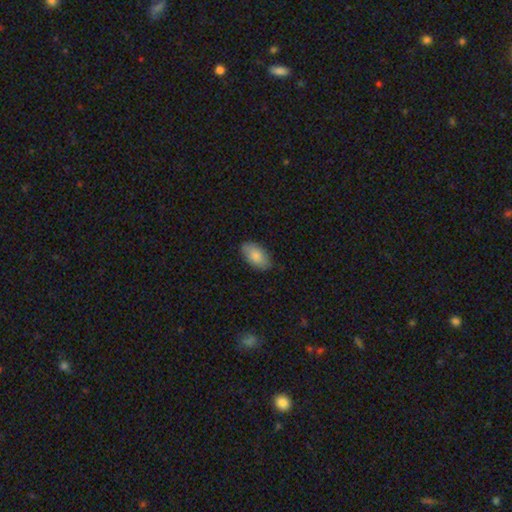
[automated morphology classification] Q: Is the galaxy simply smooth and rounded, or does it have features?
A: smooth — 85%.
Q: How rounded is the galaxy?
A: in between — 95%.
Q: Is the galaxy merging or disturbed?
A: none — 84%.